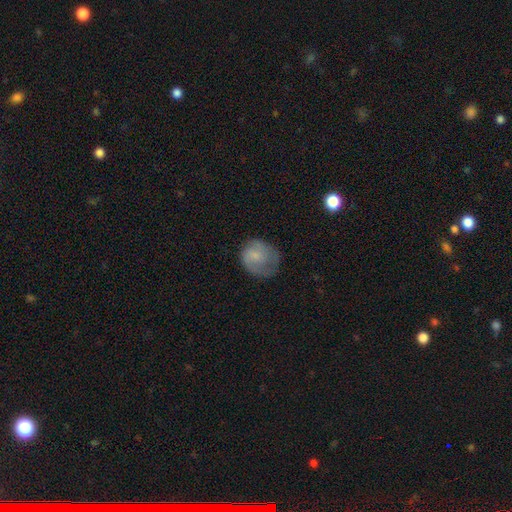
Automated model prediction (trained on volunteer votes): Morphology: type=smooth (66%); roundness=round (68%); merging=none (45%).